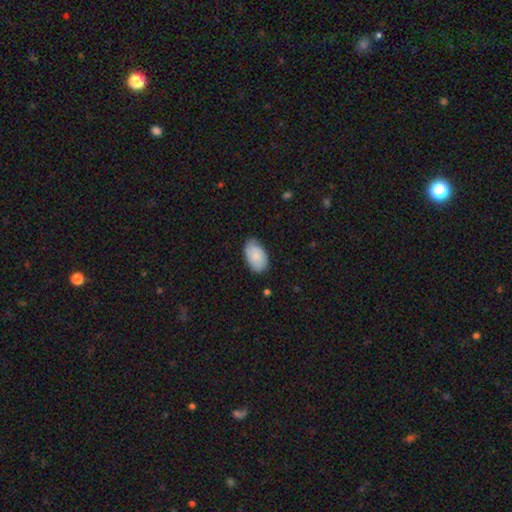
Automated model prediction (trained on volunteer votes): This is clearly a smooth galaxy (83%). How rounded: clearly in between (94%). Merging: likely none (74%).